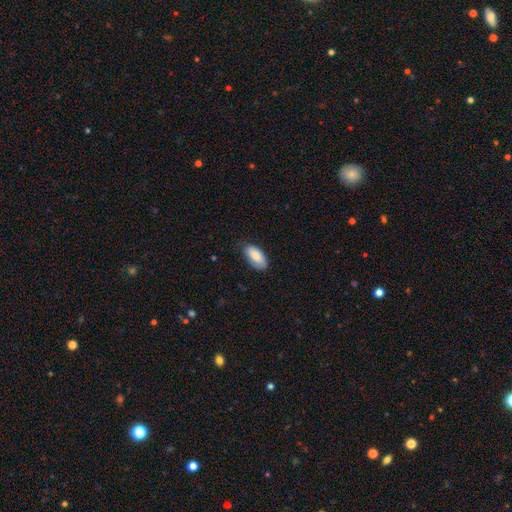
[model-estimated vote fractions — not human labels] A smooth galaxy with no disk features (82%) that is in between round and cigar-shaped (93%).

Vote fractions:
- Smooth or featured? smooth: 82% / featured or disk: 11% / star or artifact: 6%
- How rounded? in between: 93% / cigar-shaped: 5% / round: 2%
- Merging? none: 72% / minor disturbance: 23% / major disturbance: 4% / merger: 1%